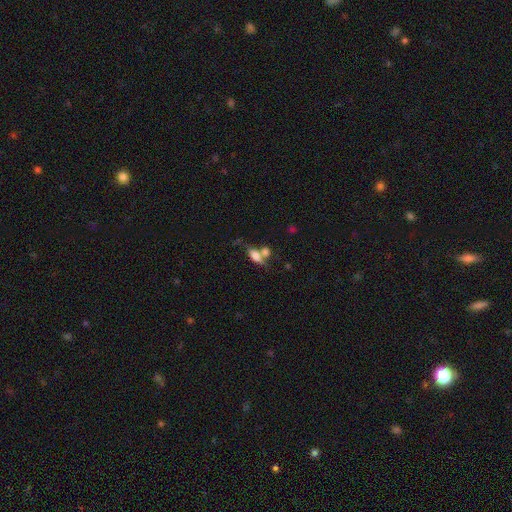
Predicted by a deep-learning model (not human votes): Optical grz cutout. It shows a smooth galaxy with no disk features (68%) that is in between round and cigar-shaped (76%). Merging: merger (39%).